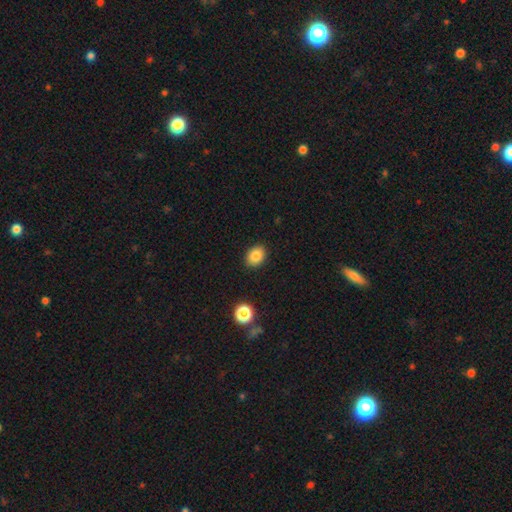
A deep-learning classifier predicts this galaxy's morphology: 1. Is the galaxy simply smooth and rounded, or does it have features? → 85% smooth, 10% star or artifact, 5% featured or disk.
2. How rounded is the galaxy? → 63% in between, 36% round, 1% cigar-shaped.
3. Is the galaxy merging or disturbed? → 89% none, 8% minor disturbance, 2% major disturbance, 1% merger.